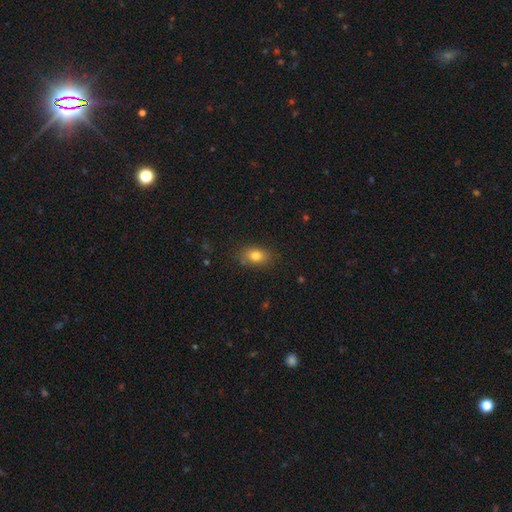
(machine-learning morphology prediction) smooth_or_featured: smooth (p=0.81) [alt: star or artifact p=0.10]
how_rounded: in between (p=0.79) [alt: round p=0.19]
merging: none (p=0.82) [alt: minor disturbance p=0.13]